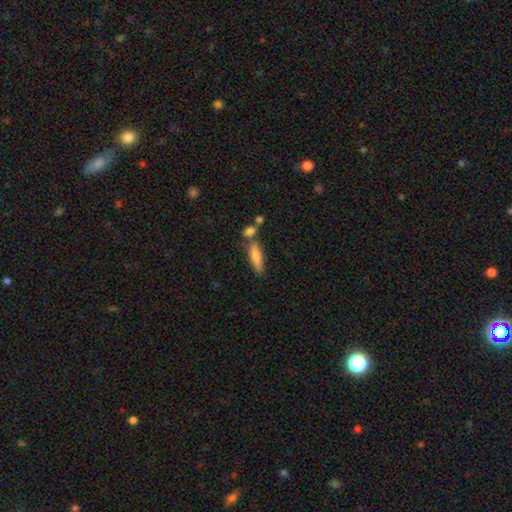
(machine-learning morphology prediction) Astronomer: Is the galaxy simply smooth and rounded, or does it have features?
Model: smooth — 74%.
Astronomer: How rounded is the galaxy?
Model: cigar-shaped — 66%.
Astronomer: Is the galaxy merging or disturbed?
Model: none — 61%.